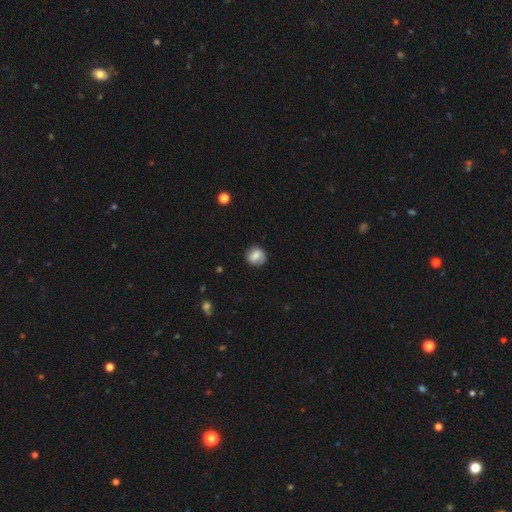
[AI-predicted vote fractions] Smooth or featured?
  - smooth: 76% *
  - featured or disk: 16%
  - star or artifact: 8%
How rounded?
  - round: 81% *
  - in between: 18%
  - cigar-shaped: 1%
Merging?
  - none: 79% *
  - minor disturbance: 15%
  - major disturbance: 4%
  - merger: 1%